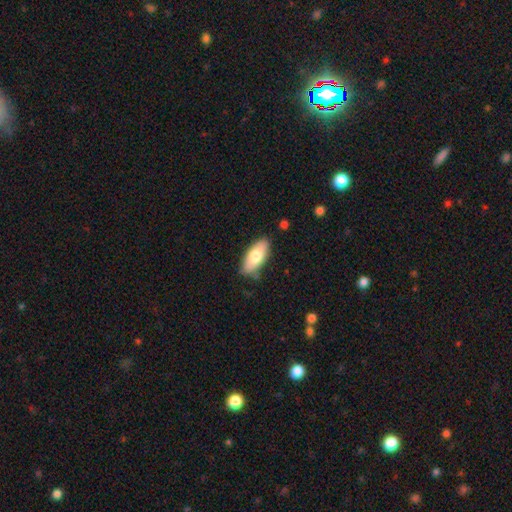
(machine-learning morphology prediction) The model was most divided on "smooth or featured": smooth: 75%, featured or disk: 19%, star or artifact: 6%. More confident: how rounded — in between (87%); merging — none (81%).